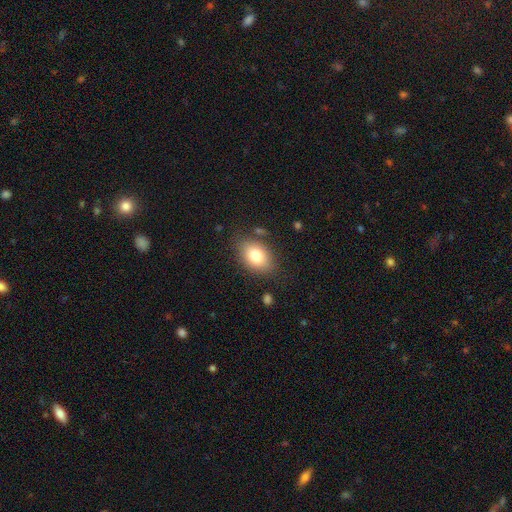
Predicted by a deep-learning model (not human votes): smooth-or-featured: smooth: 81% | featured or disk: 11% | star or artifact: 8%
  how-rounded: in between: 83% | round: 15% | cigar-shaped: 1%
  merging: none: 78% | minor disturbance: 15% | major disturbance: 4% | merger: 3%